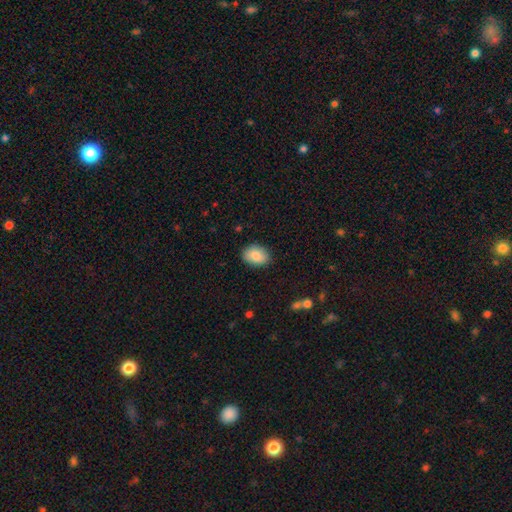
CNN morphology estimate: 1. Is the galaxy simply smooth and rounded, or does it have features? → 87% smooth, 7% star or artifact, 7% featured or disk.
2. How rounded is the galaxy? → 79% in between, 20% round, 1% cigar-shaped.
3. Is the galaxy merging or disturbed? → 86% none, 10% minor disturbance, 2% major disturbance, 1% merger.